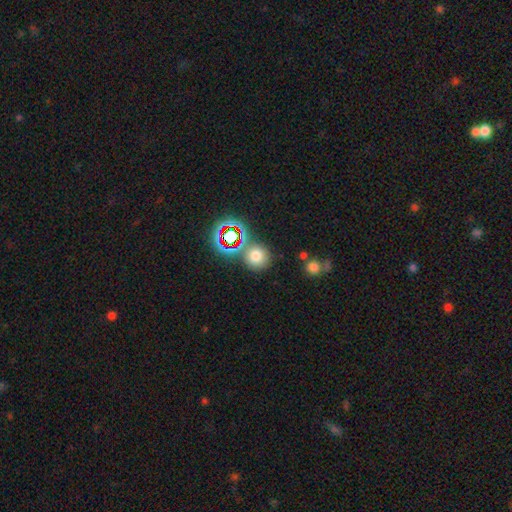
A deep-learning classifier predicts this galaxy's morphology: type=smooth (70%); roundness=round (86%); merging=none (71%).